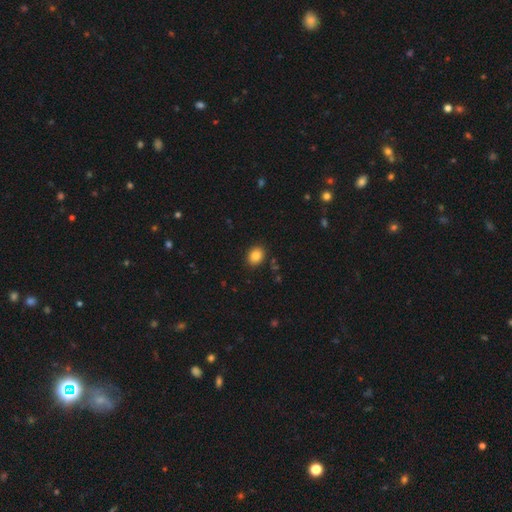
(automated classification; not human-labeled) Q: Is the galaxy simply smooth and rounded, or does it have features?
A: smooth — 86%.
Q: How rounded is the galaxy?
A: in between — 51%.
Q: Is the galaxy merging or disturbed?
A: none — 89%.